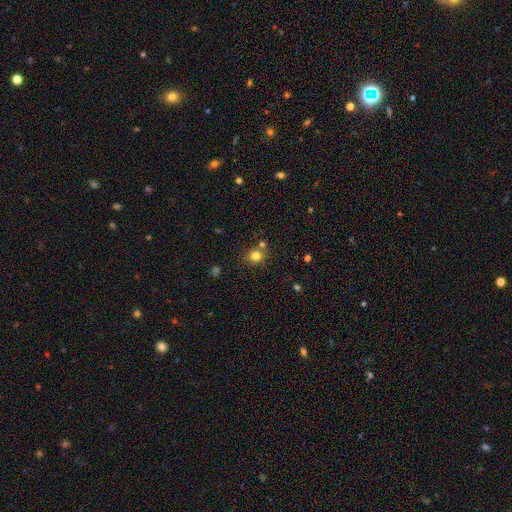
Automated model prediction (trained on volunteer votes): smooth-or-featured: smooth: 80% | star or artifact: 14% | featured or disk: 6%
  how-rounded: round: 83% | in between: 16% | cigar-shaped: 1%
  merging: none: 71% | merger: 17% | minor disturbance: 10% | major disturbance: 3%